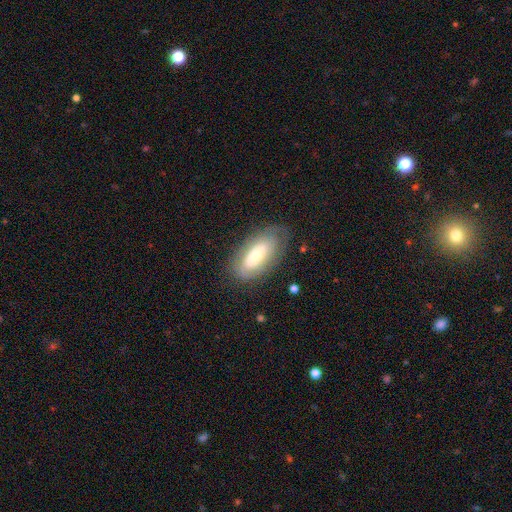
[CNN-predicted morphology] This is possibly a smooth galaxy (51%). How rounded: clearly in between (87%). Merging: likely none (75%).